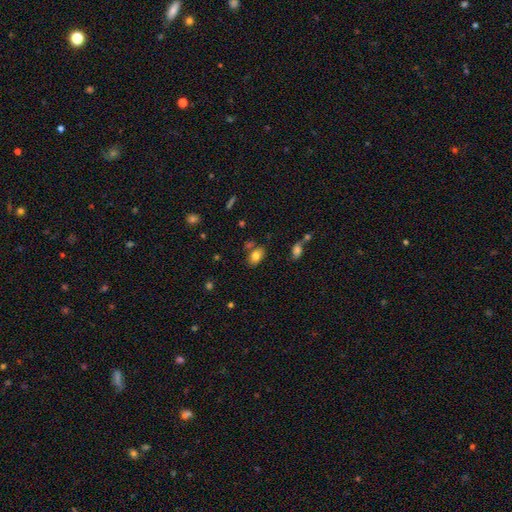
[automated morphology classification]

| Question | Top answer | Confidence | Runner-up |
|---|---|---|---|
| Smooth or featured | smooth | 80% | featured or disk (11%) |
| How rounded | in between | 88% | round (10%) |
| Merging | none | 71% | minor disturbance (15%) |